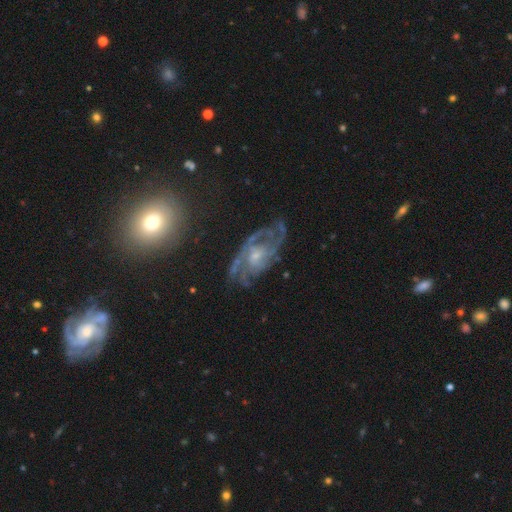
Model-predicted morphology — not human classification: Smooth or featured? Predicted: featured or disk (p=0.84). Edge-on disk? Predicted: no (p=0.96). Bar? Predicted: no (p=0.63). Spiral arms? Predicted: yes (p=0.92). Spiral winding? Predicted: medium (p=0.43, tied with tight). Spiral arm count? Predicted: can't tell (p=0.31). Bulge size? Predicted: small (p=0.65). Merging? Predicted: none (p=0.65).